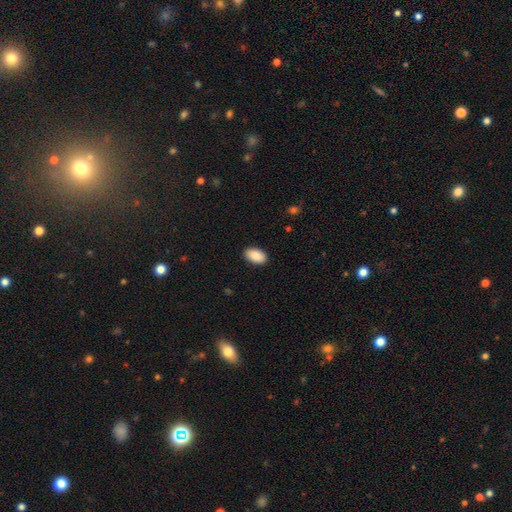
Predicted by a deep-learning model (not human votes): Smooth or featured? smooth (89%)
How rounded? in between (94%)
Merging? none (90%)